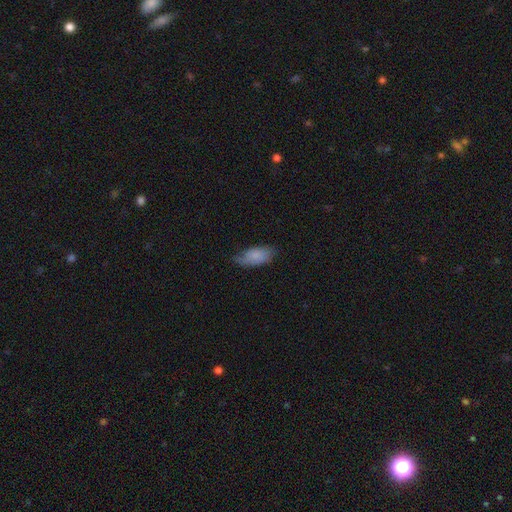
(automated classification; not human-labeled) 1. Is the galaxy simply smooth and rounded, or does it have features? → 80% smooth, 14% featured or disk, 6% star or artifact.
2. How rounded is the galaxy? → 91% in between, 6% cigar-shaped, 3% round.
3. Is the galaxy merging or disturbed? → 61% none, 31% minor disturbance, 7% major disturbance, 1% merger.